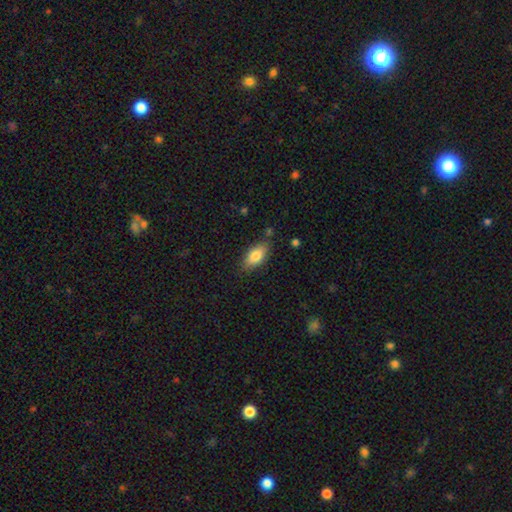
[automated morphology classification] Overall: smooth (81%). How rounded: in between (86%). Merging: none (80%).